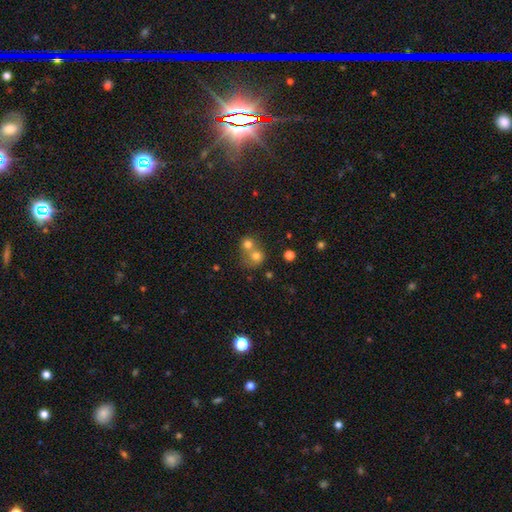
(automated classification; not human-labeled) Smooth or featured? Predicted: smooth (p=0.72). How rounded? Predicted: round (p=0.79). Merging? Predicted: merger (p=0.62).